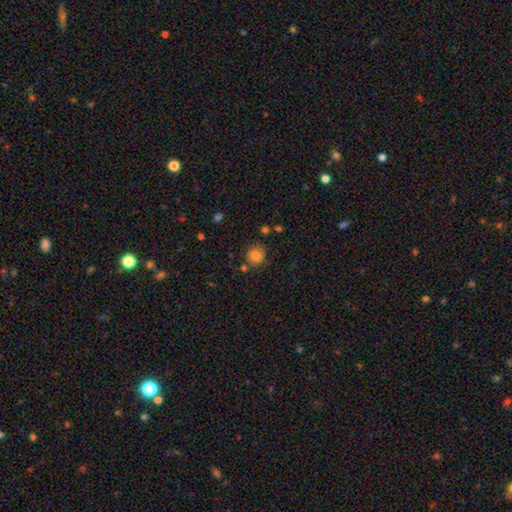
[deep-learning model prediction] This is clearly a smooth galaxy (81%). How rounded: clearly round (87%). Merging: likely none (78%).